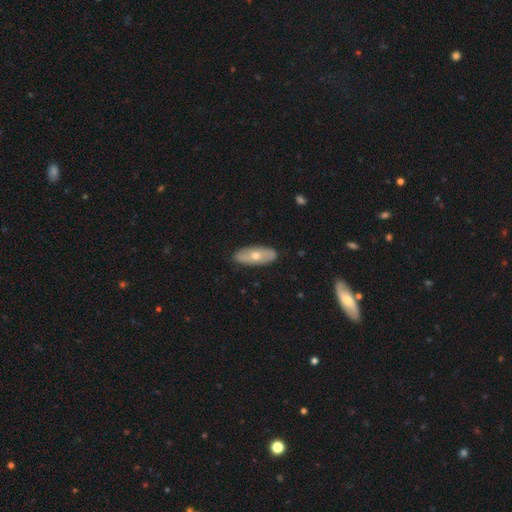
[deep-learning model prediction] The model was most divided on "smooth or featured": smooth: 51%, featured or disk: 43%, star or artifact: 6%. More confident: merging — none (88%); how rounded — in between (77%).